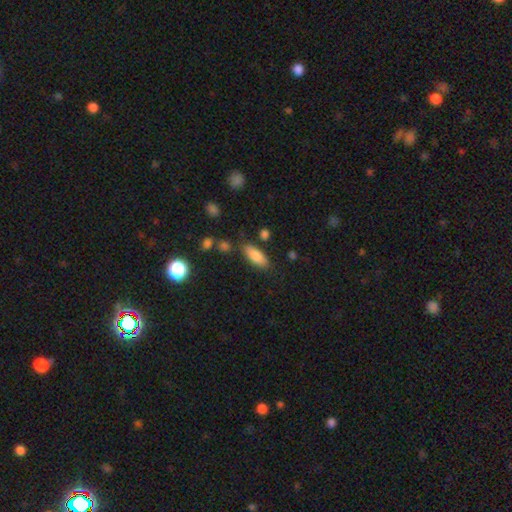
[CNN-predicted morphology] Smooth or featured? Predicted: smooth (p=0.82). How rounded? Predicted: in between (p=0.74). Merging? Predicted: none (p=0.77).